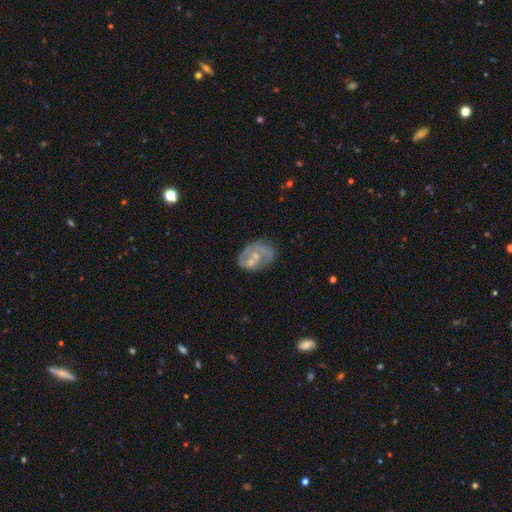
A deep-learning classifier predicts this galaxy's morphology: This appears to be a featured or disk galaxy (66%) with no bar (77%), no spiral arms (52%) and a small central bulge (56%). Merging: none (47%).